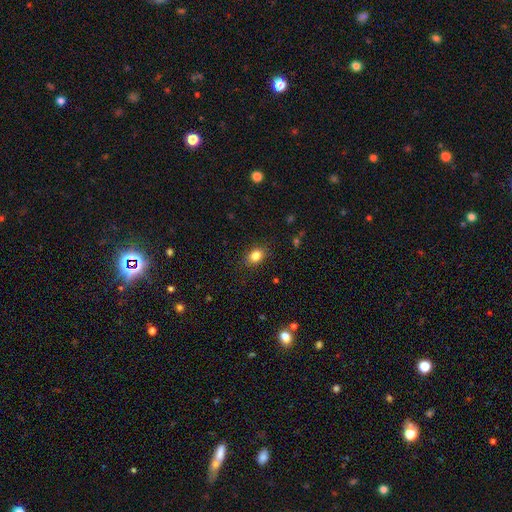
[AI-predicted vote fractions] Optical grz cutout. It shows a smooth galaxy with no disk features (84%) that is in between round and cigar-shaped (58%). Merging: none (86%).